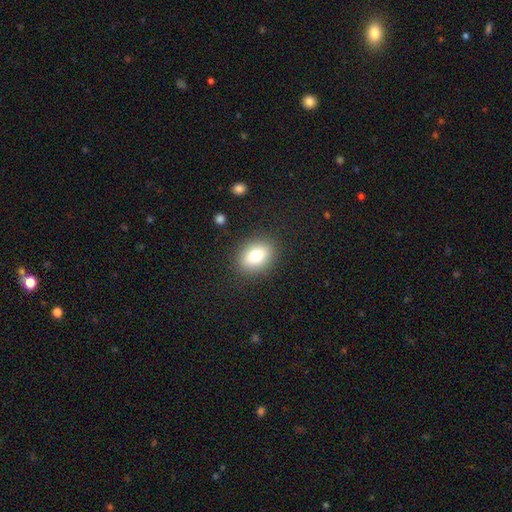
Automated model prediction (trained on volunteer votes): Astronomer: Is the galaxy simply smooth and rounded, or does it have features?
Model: smooth — 81%.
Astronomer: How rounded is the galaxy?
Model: in between — 73%.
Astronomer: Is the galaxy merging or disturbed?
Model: none — 87%.